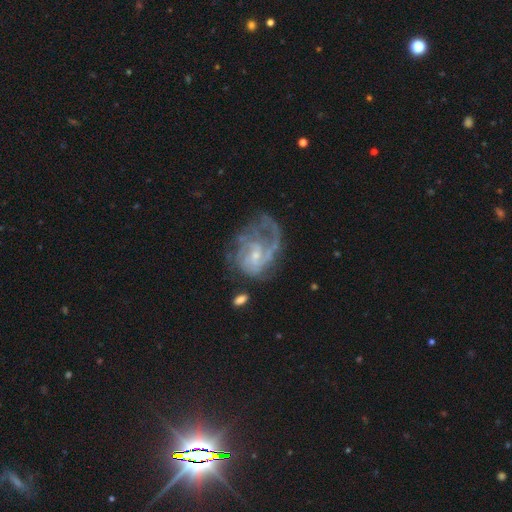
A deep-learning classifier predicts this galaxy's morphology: type=featured or disk (83%); edge-on=no (98%); bar=no (55%); spiral arms=yes (89%); winding=medium (41%); arm count=can't tell (34%); bulge=small (70%); merging=major disturbance (38%).